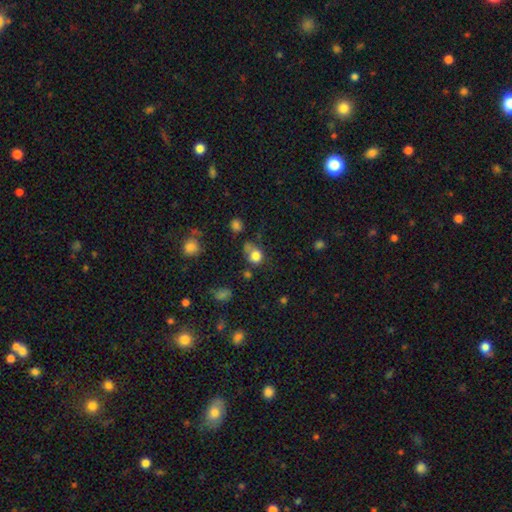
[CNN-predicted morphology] A smooth galaxy with no disk features (78%) that is round (61%).

Vote fractions:
- Smooth or featured? smooth: 78% / star or artifact: 13% / featured or disk: 9%
- How rounded? round: 61% / in between: 37% / cigar-shaped: 1%
- Merging? none: 41% / minor disturbance: 29% / major disturbance: 18% / merger: 12%